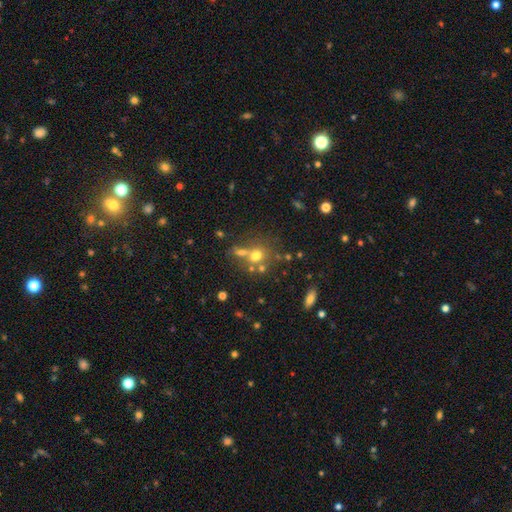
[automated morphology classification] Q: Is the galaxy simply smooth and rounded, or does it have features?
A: smooth — 64%.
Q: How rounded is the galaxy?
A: round — 76%.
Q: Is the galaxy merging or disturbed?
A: none — 48%.